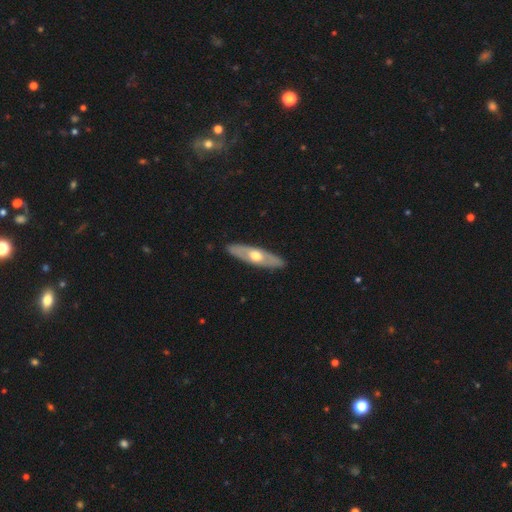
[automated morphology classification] A featured or disk galaxy (59%) viewed edge-on (52%).

Vote fractions:
- Smooth or featured? featured or disk: 59% / smooth: 36% / star or artifact: 4%
- Edge-on disk? yes: 52% / no: 48%
- Merging? none: 88% / minor disturbance: 9% / major disturbance: 2% / merger: 1%